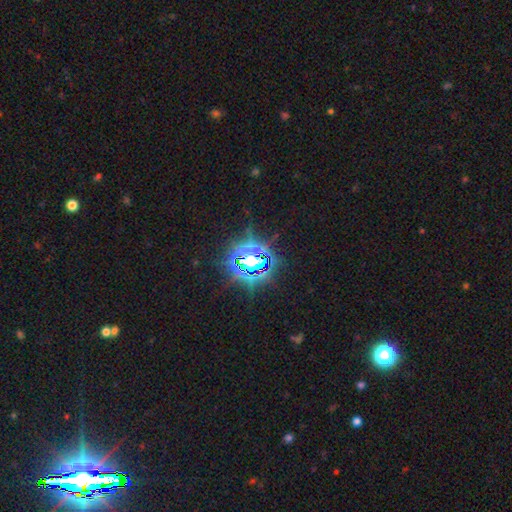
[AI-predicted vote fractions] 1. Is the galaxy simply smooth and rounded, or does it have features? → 77% star or artifact, 13% smooth, 10% featured or disk.